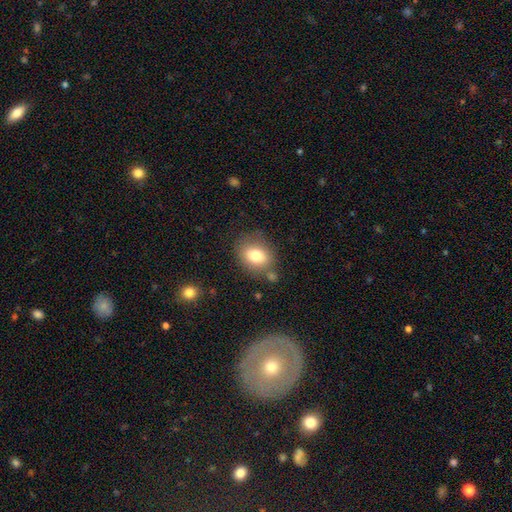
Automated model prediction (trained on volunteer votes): Smooth or featured: smooth — 78% (featured or disk — 13%)
How rounded: in between — 53% (round — 46%)
Merging: none — 73% (minor disturbance — 15%)